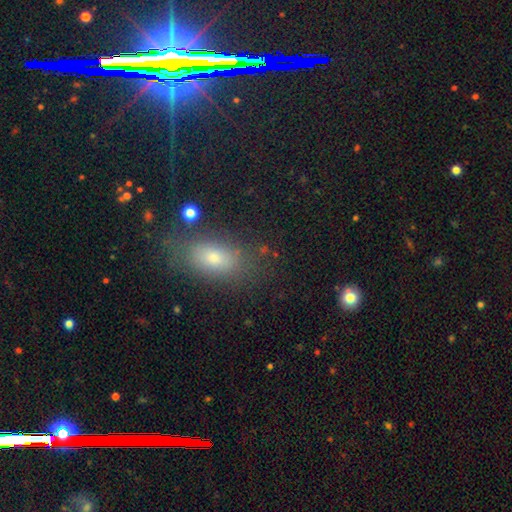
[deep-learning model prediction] Q: Smooth or featured?
A: smooth (41%); runner-up: star or artifact (39%)
Q: Merging?
A: none (81%); runner-up: minor disturbance (12%)